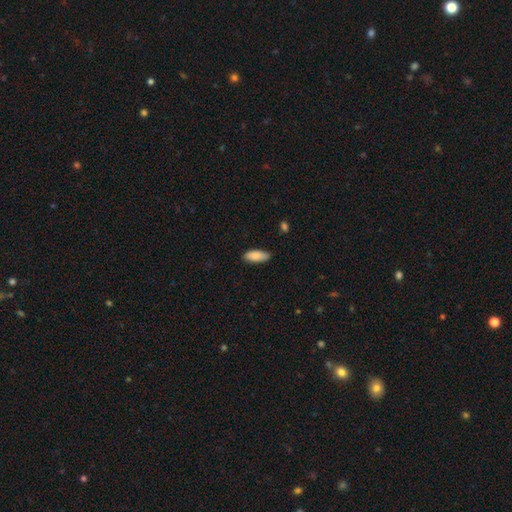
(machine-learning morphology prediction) This is clearly a smooth galaxy (88%). How rounded: likely in between (79%). Merging: clearly none (84%).